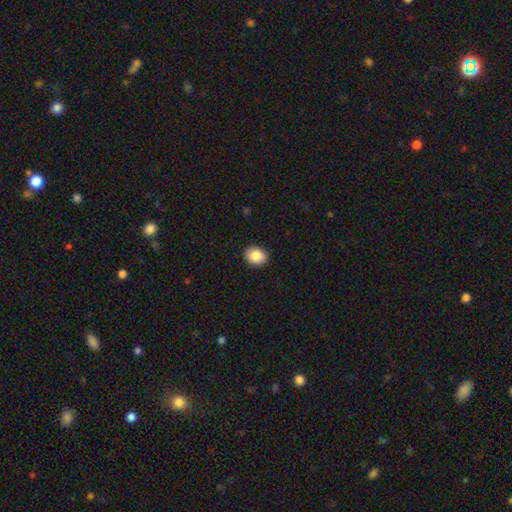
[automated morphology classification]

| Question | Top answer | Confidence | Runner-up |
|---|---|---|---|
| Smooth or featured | smooth | 88% | star or artifact (8%) |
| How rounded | round | 52% | in between (47%) |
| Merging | none | 91% | minor disturbance (6%) |